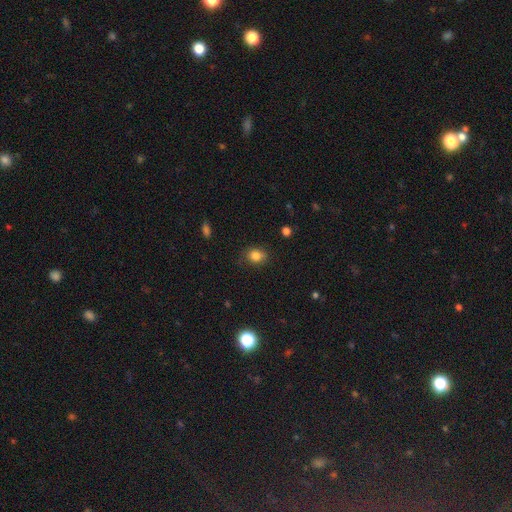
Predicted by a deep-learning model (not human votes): Morphology: type=smooth (83%); roundness=round (51%); merging=none (76%).